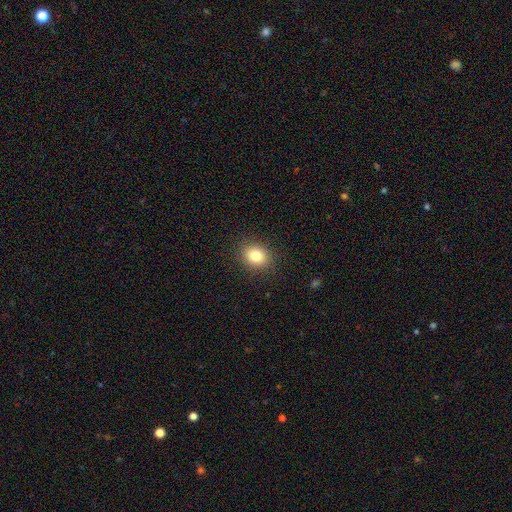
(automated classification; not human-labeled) Morphology: type=smooth (83%); roundness=round (52%); merging=none (88%).